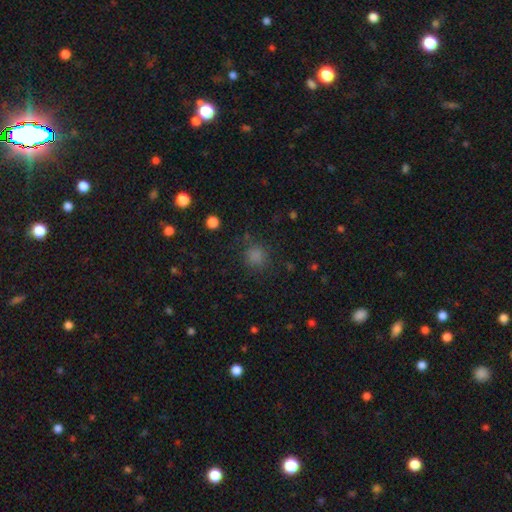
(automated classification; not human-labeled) Morphology: type=smooth (79%); roundness=round (87%); merging=none (80%).